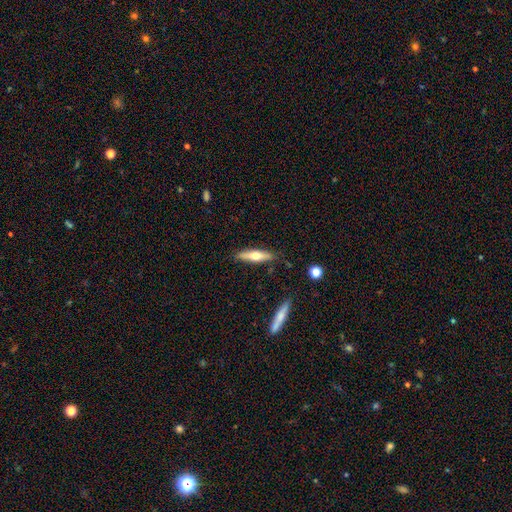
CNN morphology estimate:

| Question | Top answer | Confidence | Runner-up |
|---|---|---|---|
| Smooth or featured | smooth | 50% | featured or disk (45%) |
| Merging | none | 85% | minor disturbance (10%) |